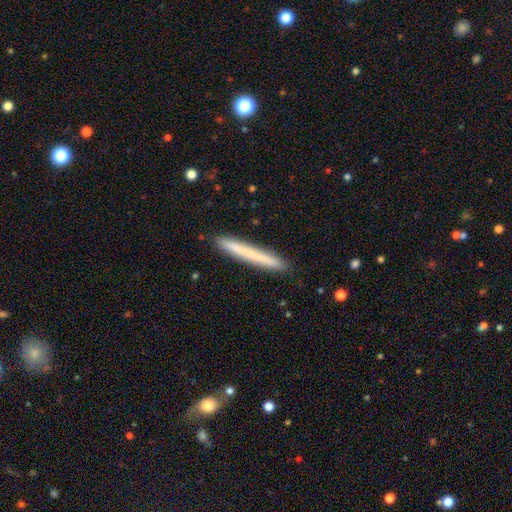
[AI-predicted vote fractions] A smooth galaxy with no disk features (69%) that is cigar-shaped (97%). Merging: none (91%).